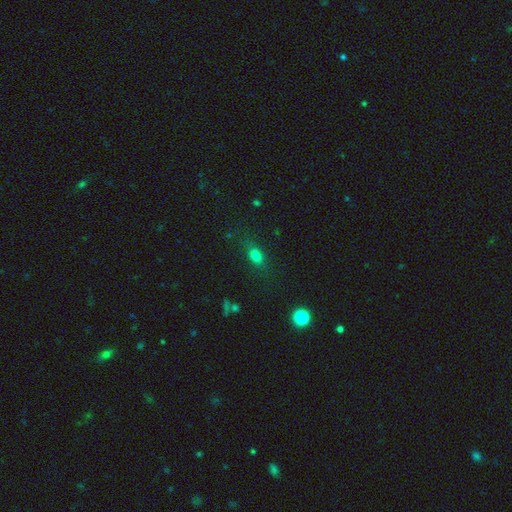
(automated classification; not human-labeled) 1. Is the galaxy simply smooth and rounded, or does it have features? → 76% smooth, 15% star or artifact, 9% featured or disk.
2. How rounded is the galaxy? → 75% in between, 14% round, 11% cigar-shaped.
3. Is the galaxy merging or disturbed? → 70% none, 18% minor disturbance, 9% major disturbance, 3% merger.